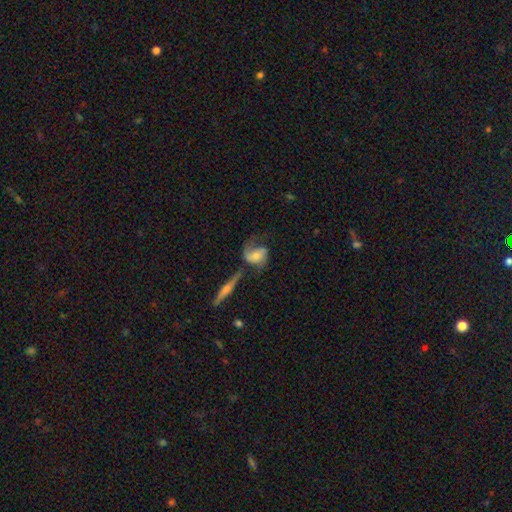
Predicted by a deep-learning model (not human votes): A featured or disk galaxy (65%) with no bar (52%), 2 (75%) loose (48%) spiral arms (87%) and a moderate central bulge (44%). Merging: none (40%).